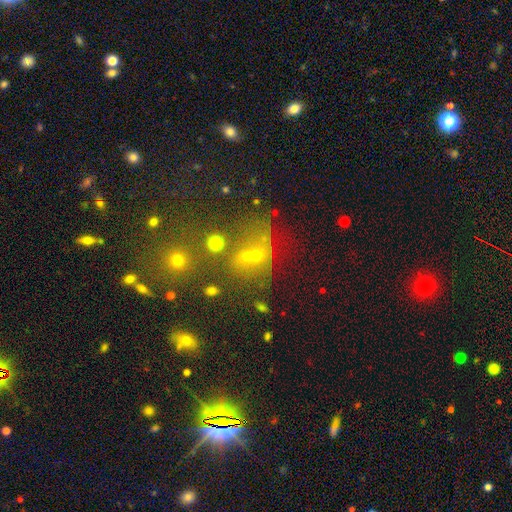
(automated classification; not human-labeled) This appears to be a smooth galaxy with no disk features (48%). Merging: merger (50%).